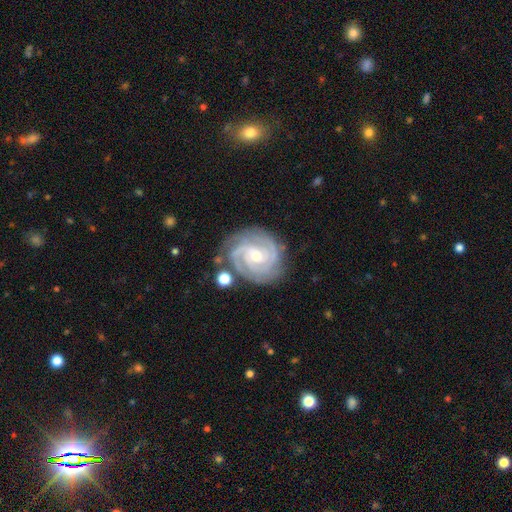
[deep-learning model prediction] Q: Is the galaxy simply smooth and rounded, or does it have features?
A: featured or disk — 91%.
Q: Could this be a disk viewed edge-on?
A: no — 98%.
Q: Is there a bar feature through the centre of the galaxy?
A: no — 49%.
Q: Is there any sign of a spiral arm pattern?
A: yes — 99%.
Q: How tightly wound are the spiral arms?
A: tight — 75%.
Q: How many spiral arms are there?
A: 3 — 42%.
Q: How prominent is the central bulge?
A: moderate — 47%.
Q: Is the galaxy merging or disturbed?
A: none — 77%.